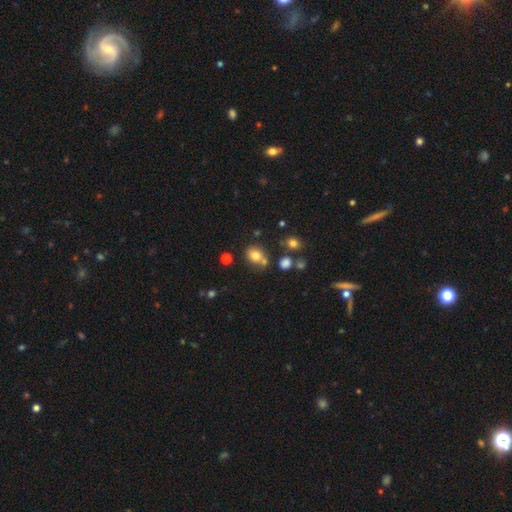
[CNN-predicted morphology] Smooth or featured? Predicted: smooth (p=0.77). How rounded? Predicted: round (p=0.57). Merging? Predicted: none (p=0.61).